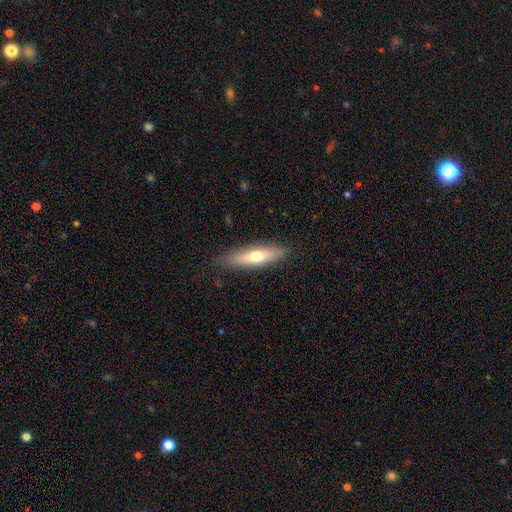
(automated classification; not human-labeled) Overall: smooth (56%; featured or disk 38%). How rounded: cigar-shaped (68%; in between 30%). Merging: none (84%).